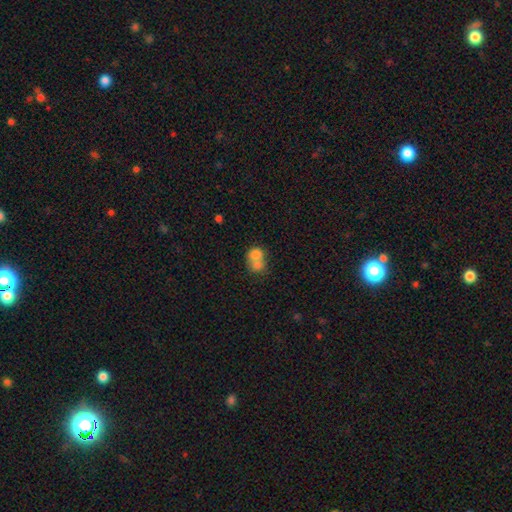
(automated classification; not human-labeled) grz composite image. It shows a smooth galaxy with no disk features (74%) that is round (64%). Merging: merger (70%).